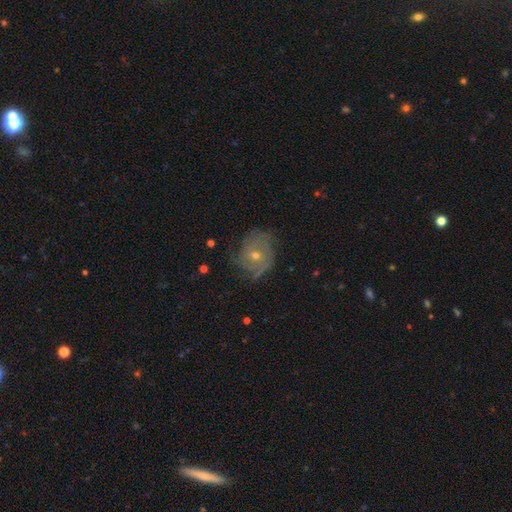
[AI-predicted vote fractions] Smooth or featured: featured or disk — 72% (smooth — 18%)
Edge-on disk: no — 97% (yes — 3%)
Bar: no — 77% (weak — 19%)
Spiral arms: yes — 86% (no — 14%)
Spiral winding: tight — 57% (medium — 32%)
Spiral arm count: can't tell — 41% (3 — 20%)
Bulge size: small — 52% (moderate — 45%)
Merging: none — 70% (minor disturbance — 20%)